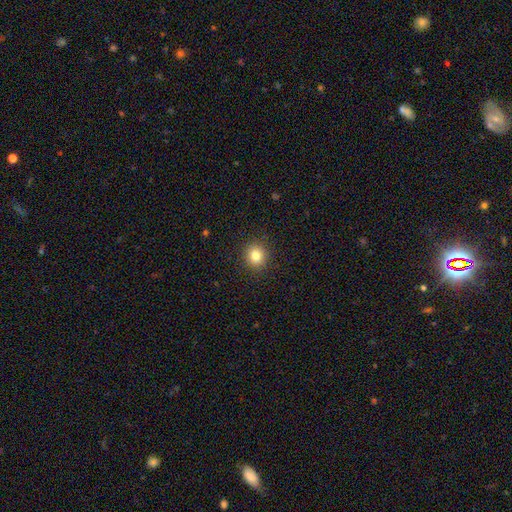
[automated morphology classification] Smooth or featured: smooth — 81% (star or artifact — 12%)
How rounded: round — 90% (in between — 9%)
Merging: none — 92% (minor disturbance — 6%)